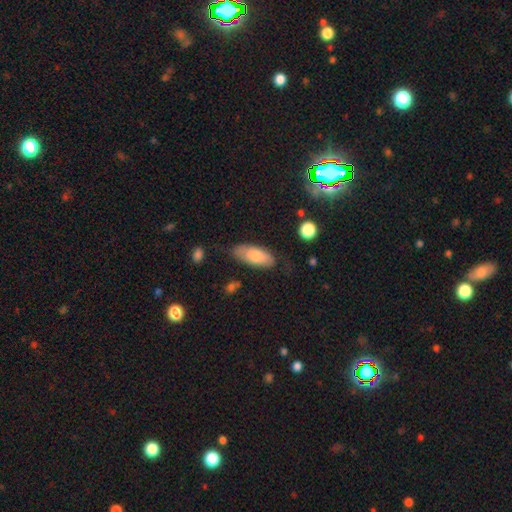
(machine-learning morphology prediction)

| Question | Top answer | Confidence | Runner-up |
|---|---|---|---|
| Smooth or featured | smooth | 74% | featured or disk (20%) |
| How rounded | in between | 83% | cigar-shaped (15%) |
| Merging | none | 72% | minor disturbance (21%) |